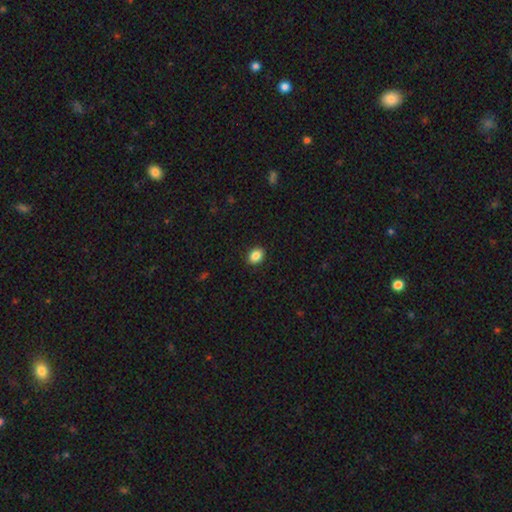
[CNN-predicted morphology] This is clearly a smooth galaxy (87%). How rounded: likely in between (67%). Merging: clearly none (91%).